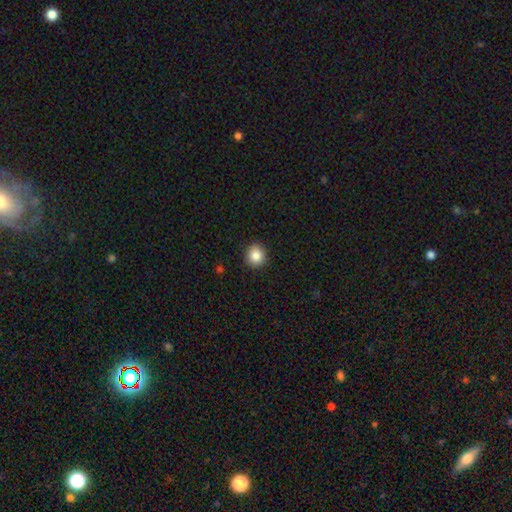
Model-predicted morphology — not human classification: The model was most divided on "how rounded": round: 86%, in between: 13%, cigar-shaped: 1%. More confident: merging — none (91%); smooth or featured — smooth (85%).